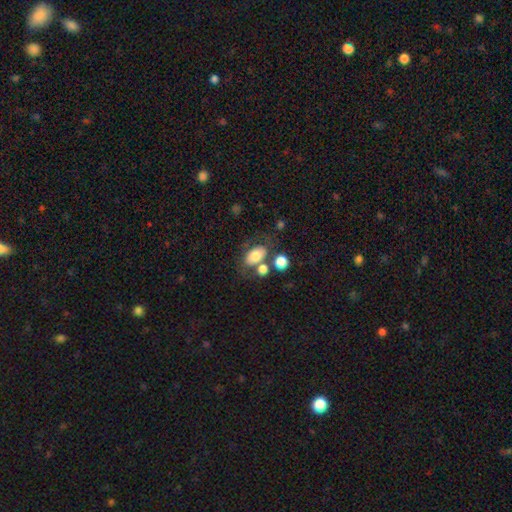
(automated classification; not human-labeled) Morphology: type=smooth (71%); roundness=in between (83%); merging=none (47%).